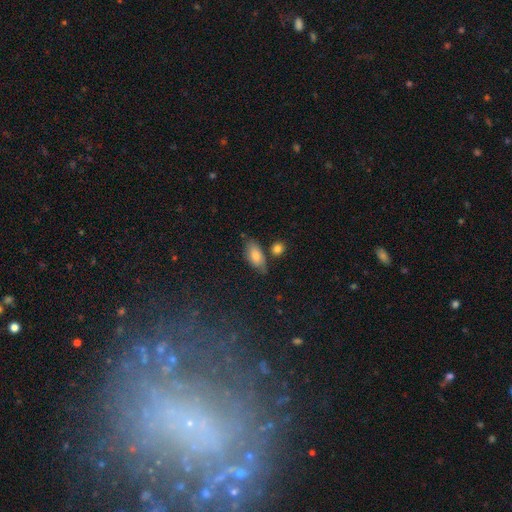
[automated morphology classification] smooth 77%, featured or disk 15%, star or artifact 8%. Down the decision tree: how rounded — in between (87%); merging — none (71%).